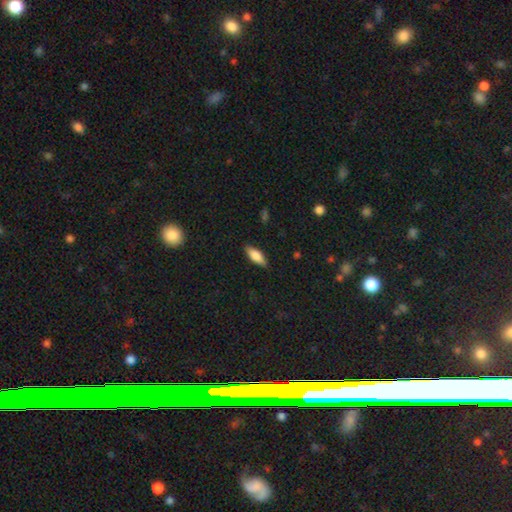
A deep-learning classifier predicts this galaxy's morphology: smooth_or_featured: smooth (p=0.79) [alt: featured or disk p=0.15]
how_rounded: in between (p=0.71) [alt: cigar-shaped p=0.27]
merging: none (p=0.85) [alt: minor disturbance p=0.11]